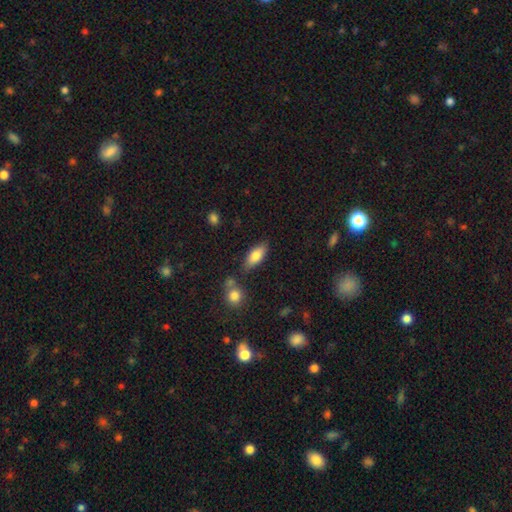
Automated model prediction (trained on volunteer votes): This is likely a smooth galaxy (78%). How rounded: clearly in between (81%). Merging: likely none (76%).